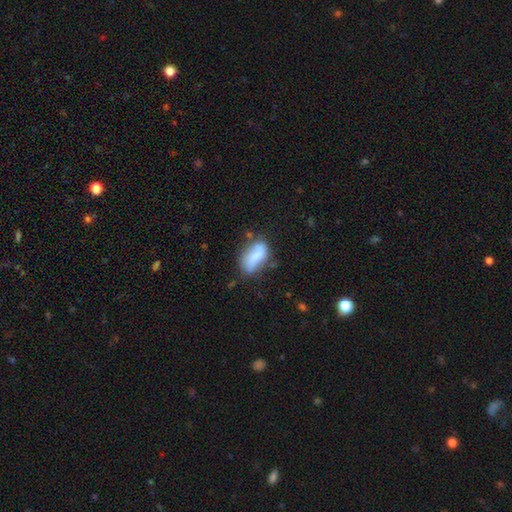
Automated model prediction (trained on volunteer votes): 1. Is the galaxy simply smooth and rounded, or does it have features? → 75% smooth, 17% featured or disk, 7% star or artifact.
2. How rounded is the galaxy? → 89% in between, 8% cigar-shaped, 4% round.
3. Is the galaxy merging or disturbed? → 53% none, 29% minor disturbance, 10% major disturbance, 8% merger.